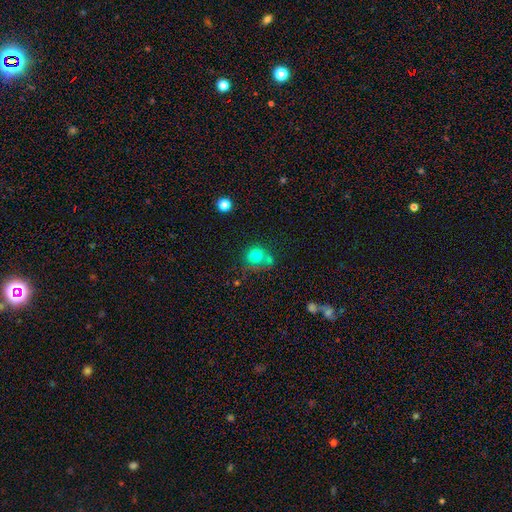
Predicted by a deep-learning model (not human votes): smooth_or_featured: smooth (p=0.77) [alt: star or artifact p=0.12]
how_rounded: round (p=0.84) [alt: in between p=0.15]
merging: none (p=0.48) [alt: merger p=0.27]